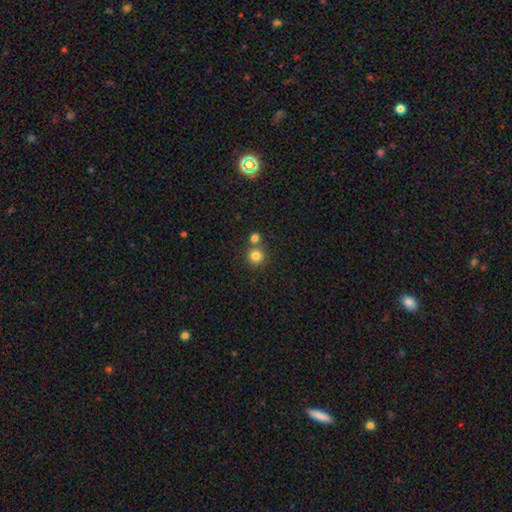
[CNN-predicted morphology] The model was most divided on "merging": none: 67%, merger: 24%, minor disturbance: 6%, major disturbance: 2%. More confident: how rounded — round (93%); smooth or featured — smooth (82%).